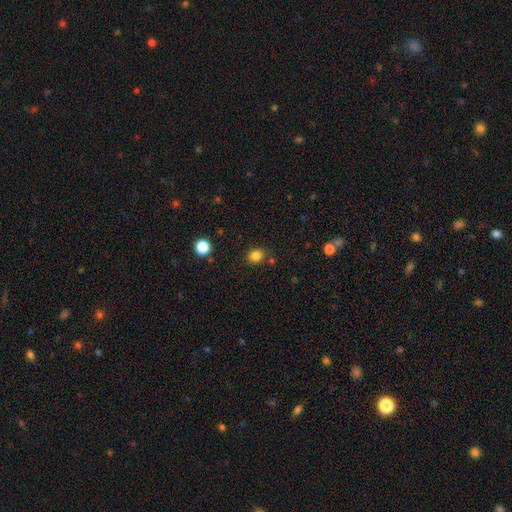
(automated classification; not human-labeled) This is clearly a smooth galaxy (83%). How rounded: likely round (66%). Merging: clearly none (83%).